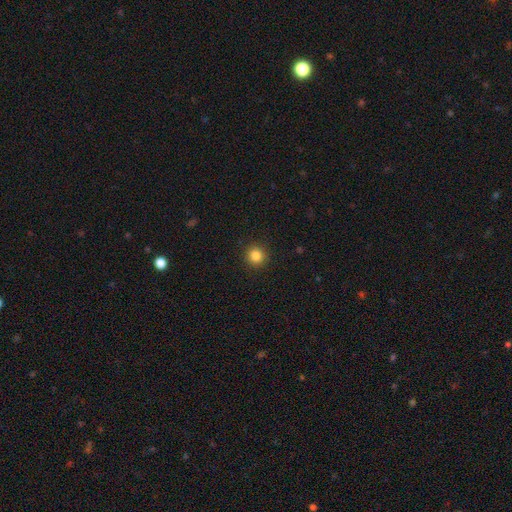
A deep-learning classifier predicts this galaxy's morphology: smooth 84%, star or artifact 11%, featured or disk 4%. Down the decision tree: how rounded — round (94%); merging — none (92%).